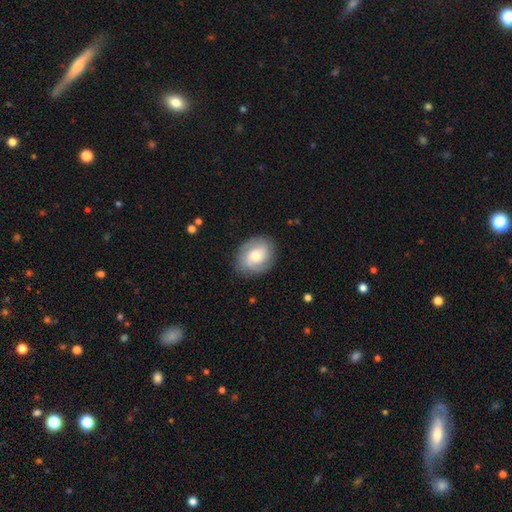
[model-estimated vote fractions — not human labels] Smooth or featured? Predicted: featured or disk (p=0.55). Edge-on disk? Predicted: no (p=0.97). Bar? Predicted: no (p=0.61). Spiral arms? Predicted: yes (p=0.85). Bulge size? Predicted: moderate (p=0.60). Merging? Predicted: none (p=0.82).